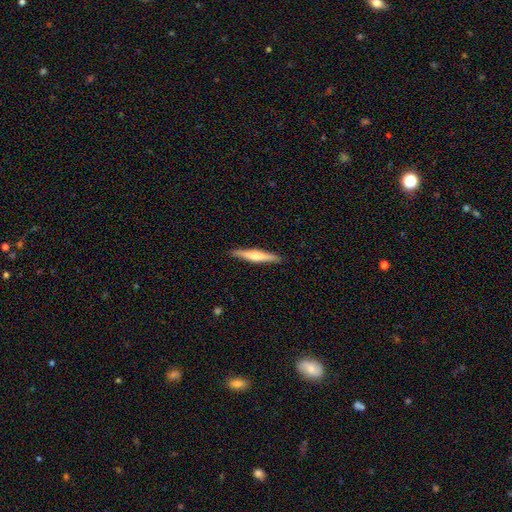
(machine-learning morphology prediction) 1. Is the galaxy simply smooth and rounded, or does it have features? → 48% smooth, 47% featured or disk, 5% star or artifact.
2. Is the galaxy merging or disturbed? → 91% none, 7% minor disturbance, 1% major disturbance, 1% merger.